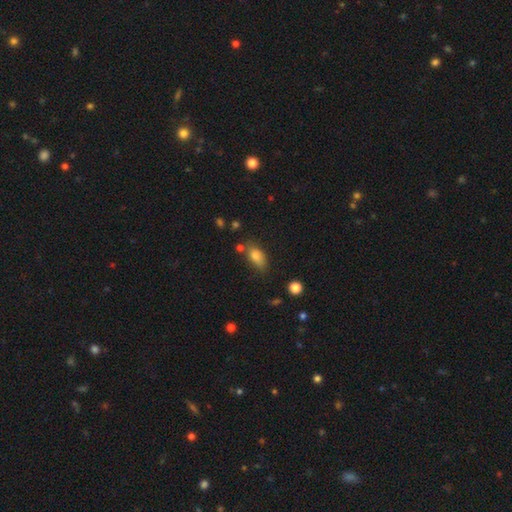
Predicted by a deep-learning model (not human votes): Morphology: type=smooth (81%); roundness=in between (86%); merging=none (62%).